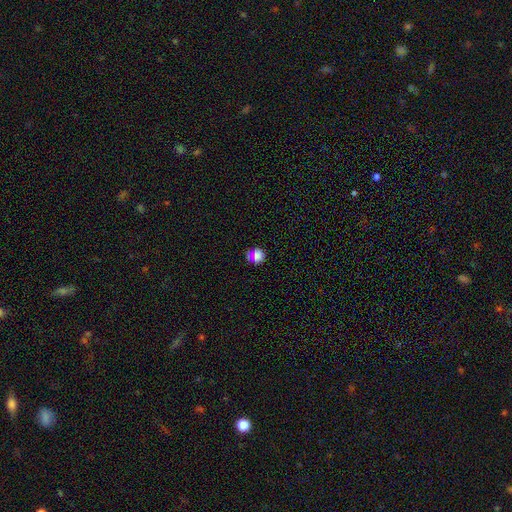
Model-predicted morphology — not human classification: Smooth or featured? smooth (69%)
How rounded? round (86%)
Merging? none (72%)